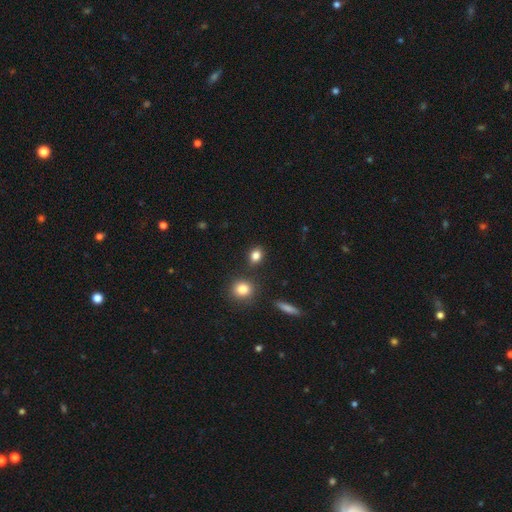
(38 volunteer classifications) Volunteers were most divided on "how rounded": in between: 52%, round: 45%, cigar-shaped: 3%. More confident: smooth or featured — smooth (87%); merging — none (86%).